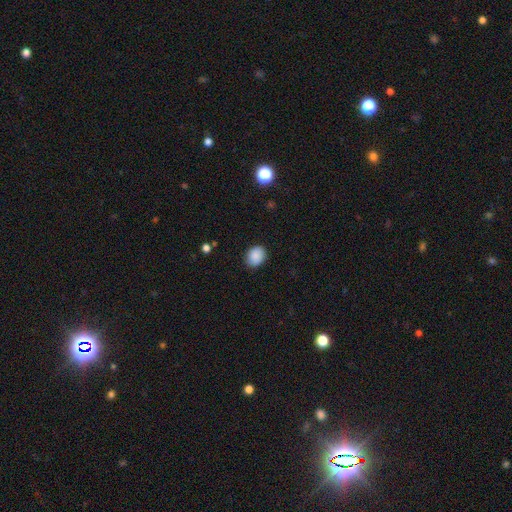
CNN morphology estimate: Smooth or featured? smooth (87%)
How rounded? round (50%)
Merging? none (82%)